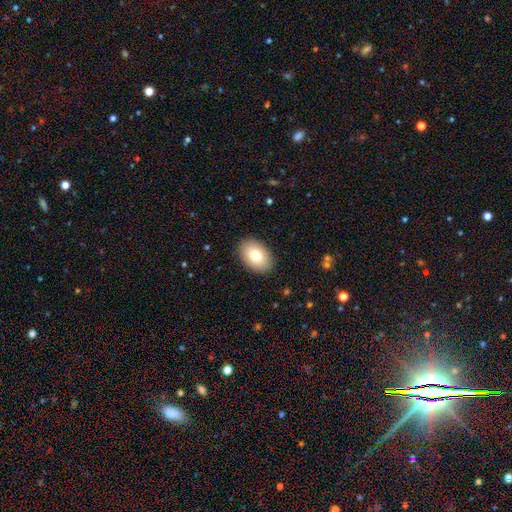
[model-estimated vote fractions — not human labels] Smooth or featured? Predicted: smooth (p=0.79). How rounded? Predicted: in between (p=0.86). Merging? Predicted: none (p=0.89).